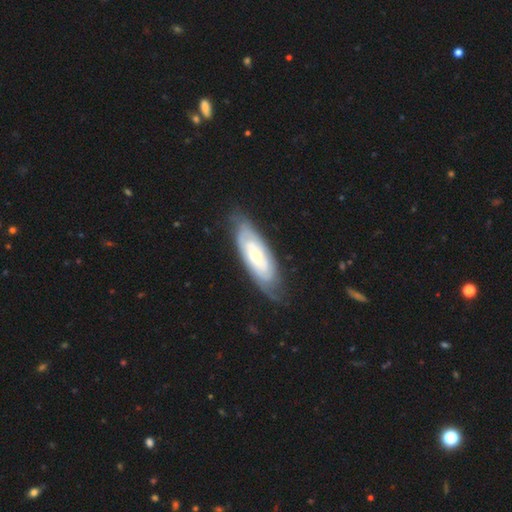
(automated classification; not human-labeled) Overall: featured or disk (73%). Edge-on disk: no (87%). Bar: no (78%). Spiral arms: yes (77%). Bulge size: moderate (58%; small 37%). Merging: none (73%).